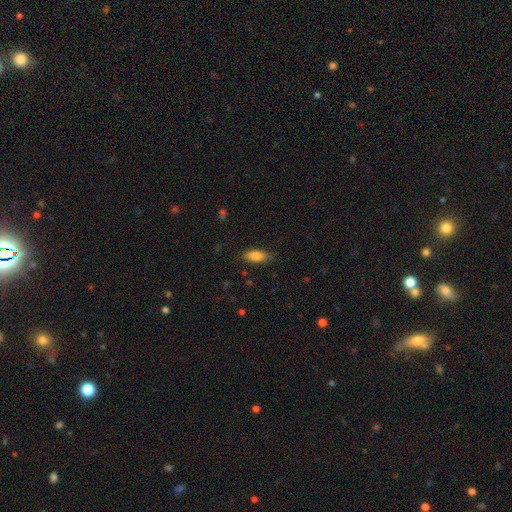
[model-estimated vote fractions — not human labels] Q: Smooth or featured?
A: smooth (84%); runner-up: featured or disk (9%)
Q: How rounded?
A: in between (78%); runner-up: cigar-shaped (20%)
Q: Merging?
A: none (83%); runner-up: minor disturbance (13%)